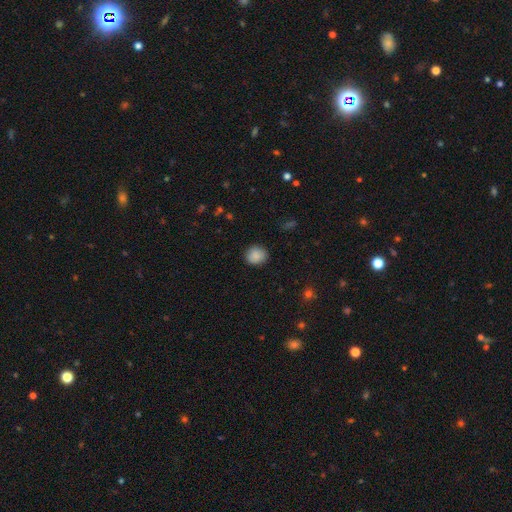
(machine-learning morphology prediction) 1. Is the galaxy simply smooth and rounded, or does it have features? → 88% smooth, 9% star or artifact, 4% featured or disk.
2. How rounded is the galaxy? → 82% round, 17% in between, 1% cigar-shaped.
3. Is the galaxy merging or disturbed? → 88% none, 9% minor disturbance, 2% major disturbance, 1% merger.